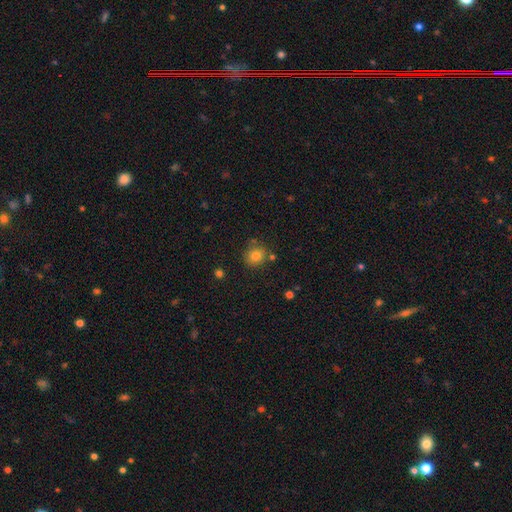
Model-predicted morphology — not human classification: Smooth or featured?
  - smooth: 81% *
  - star or artifact: 12%
  - featured or disk: 6%
How rounded?
  - round: 78% *
  - in between: 21%
  - cigar-shaped: 1%
Merging?
  - none: 76% *
  - minor disturbance: 13%
  - merger: 7%
  - major disturbance: 4%